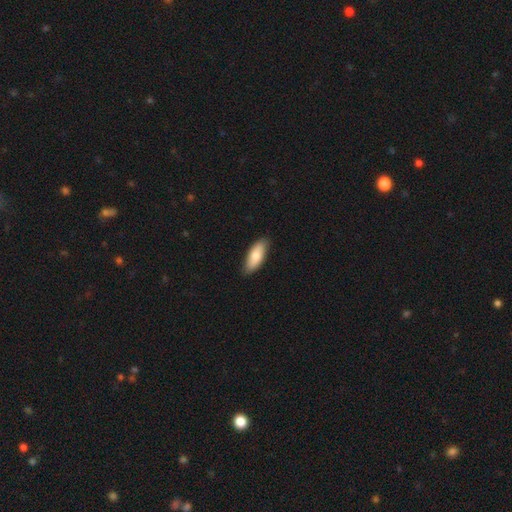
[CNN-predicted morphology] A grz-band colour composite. It shows a smooth galaxy with no disk features (79%) that is in between round and cigar-shaped (77%). Merging: none (85%).